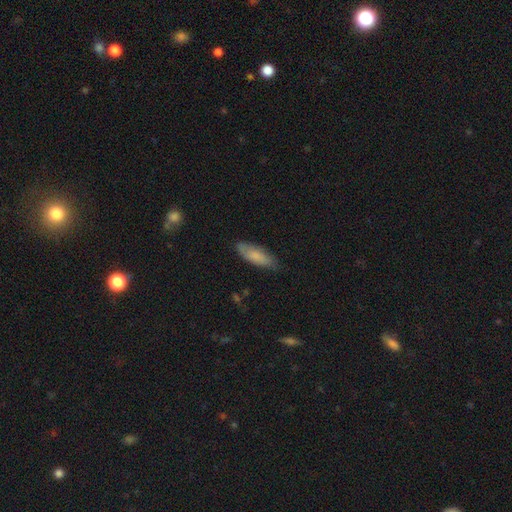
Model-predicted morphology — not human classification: A smooth galaxy with no disk features (76%) that is in between round and cigar-shaped (63%). Merging: none (77%).